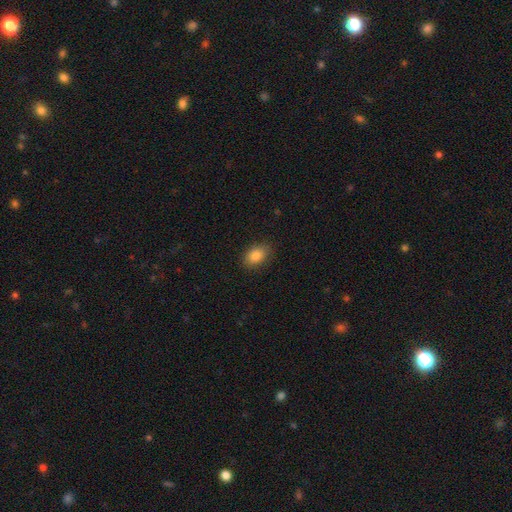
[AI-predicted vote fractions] Morphology: type=smooth (84%); roundness=in between (80%); merging=none (85%).